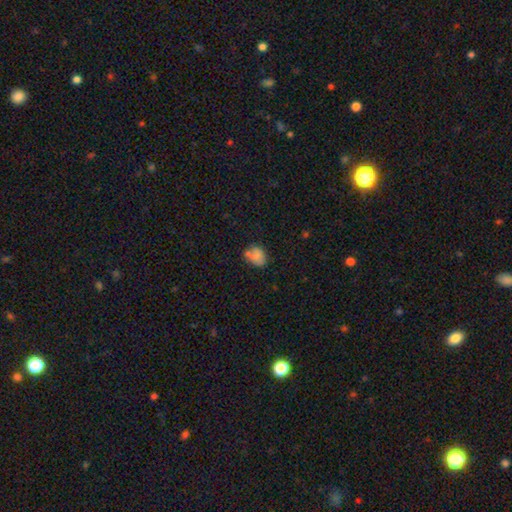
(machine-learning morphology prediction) smooth_or_featured: smooth (p=0.77) [alt: featured or disk p=0.13]
how_rounded: in between (p=0.57) [alt: round p=0.42]
merging: none (p=0.55) [alt: minor disturbance p=0.26]